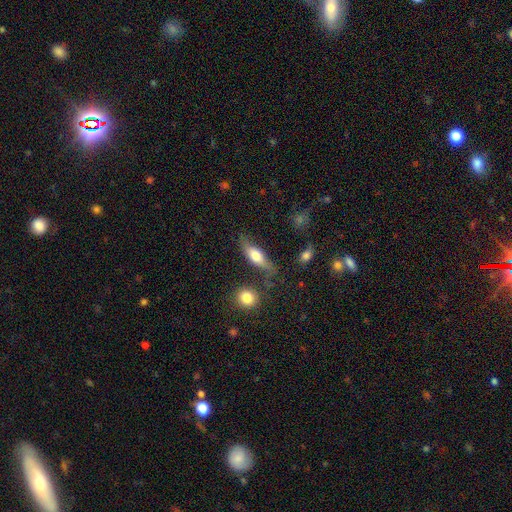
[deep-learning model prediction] smooth-or-featured: smooth: 59% | featured or disk: 35% | star or artifact: 7%
  how-rounded: in between: 57% | cigar-shaped: 39% | round: 4%
  merging: none: 65% | minor disturbance: 22% | major disturbance: 7% | merger: 5%